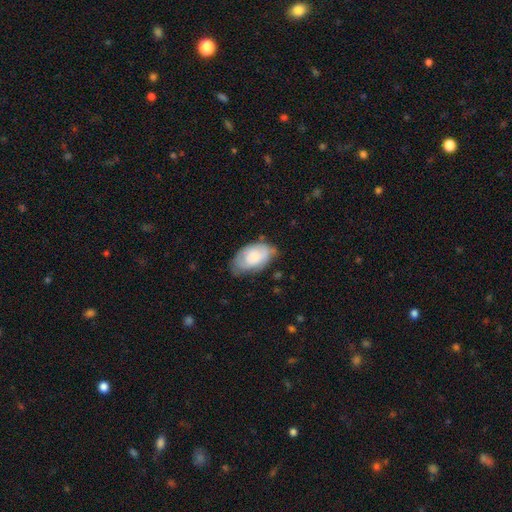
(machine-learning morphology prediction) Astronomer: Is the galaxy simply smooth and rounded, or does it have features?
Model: smooth — 65%.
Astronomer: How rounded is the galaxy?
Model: in between — 93%.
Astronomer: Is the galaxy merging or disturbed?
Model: none — 55% (runner-up: minor disturbance, 33%).